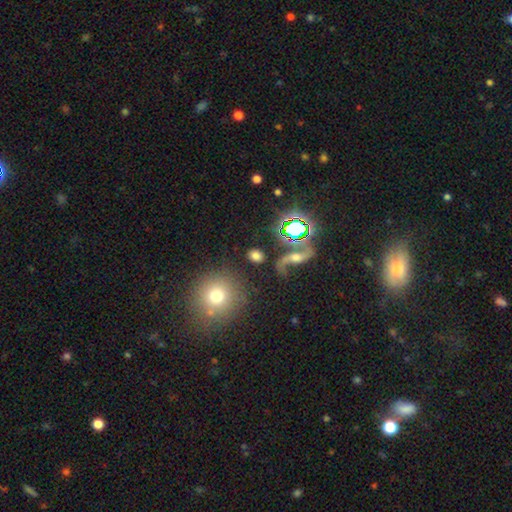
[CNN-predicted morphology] This appears to be a smooth galaxy with no disk features (65%) that is in between round and cigar-shaped (50%). Merging: none (69%).